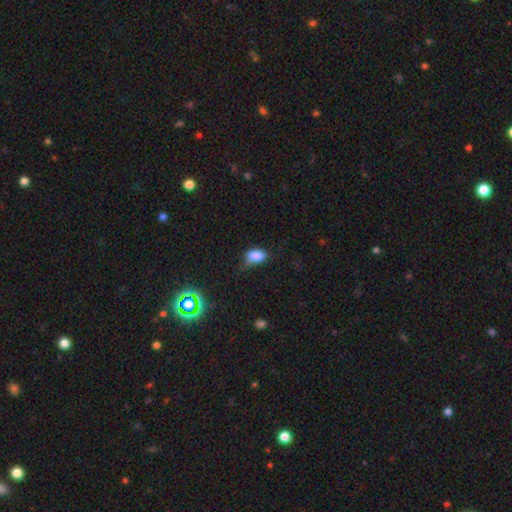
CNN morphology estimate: Smooth or featured? smooth (79%)
How rounded? in between (87%)
Merging? minor disturbance (39%)